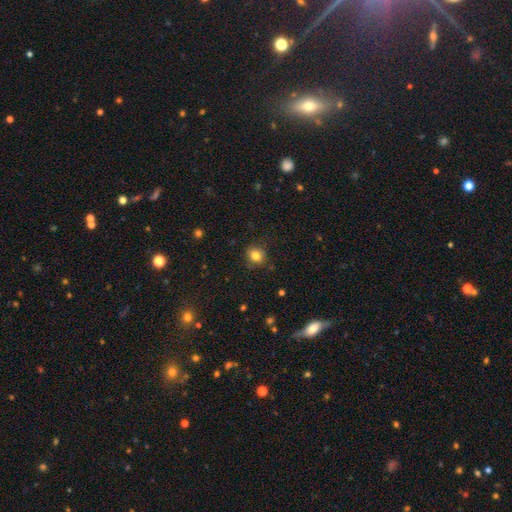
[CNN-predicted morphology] type=smooth (81%); roundness=round (75%); merging=none (82%).